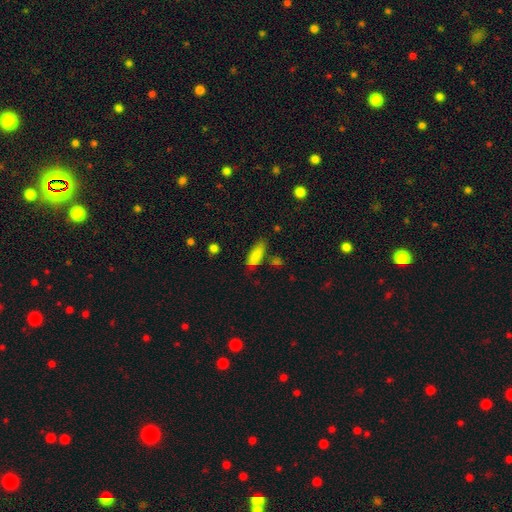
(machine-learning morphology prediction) A smooth galaxy with no disk features (85%) that is in between round and cigar-shaped (71%). Merging: none (63%).